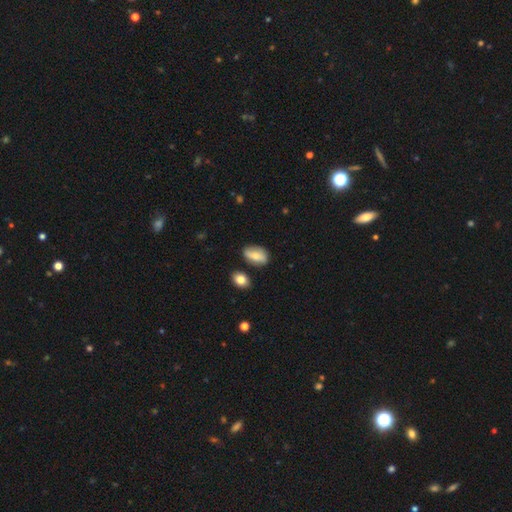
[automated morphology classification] Overall: smooth (69%). How rounded: in between (89%). Merging: none (75%).